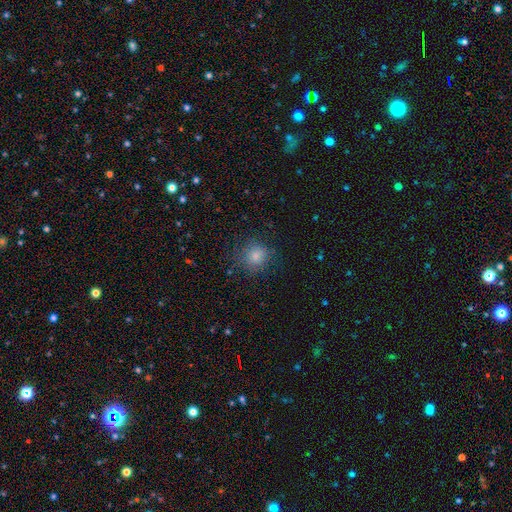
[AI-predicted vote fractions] smooth_or_featured: smooth (p=0.76) [alt: star or artifact p=0.17]
how_rounded: round (p=0.86) [alt: in between p=0.13]
merging: none (p=0.81) [alt: minor disturbance p=0.13]